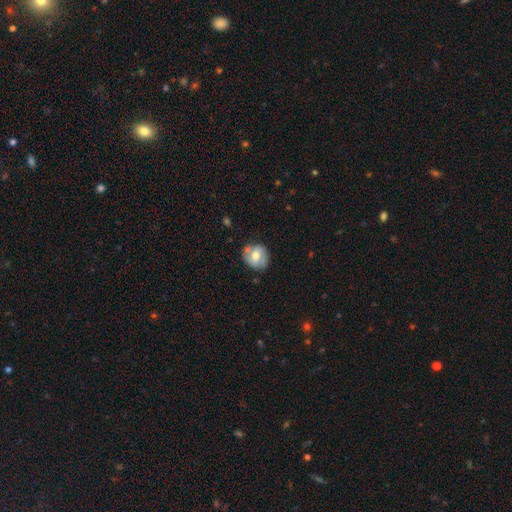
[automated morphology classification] This appears to be a smooth galaxy with no disk features (58%) that is round (75%). Merging: none (68%).